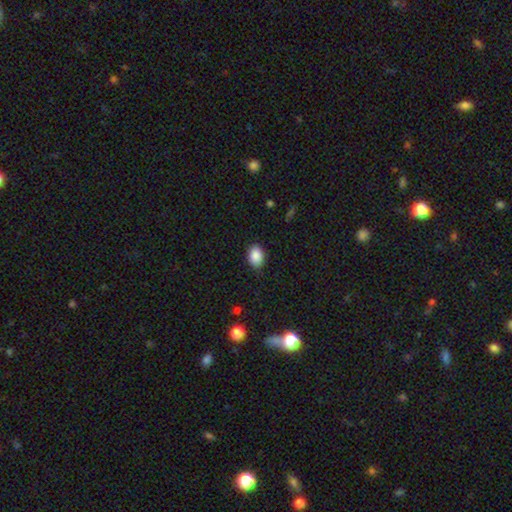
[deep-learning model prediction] smooth_or_featured: smooth (p=0.89) [alt: star or artifact p=0.08]
how_rounded: in between (p=0.77) [alt: round p=0.22]
merging: none (p=0.87) [alt: minor disturbance p=0.10]